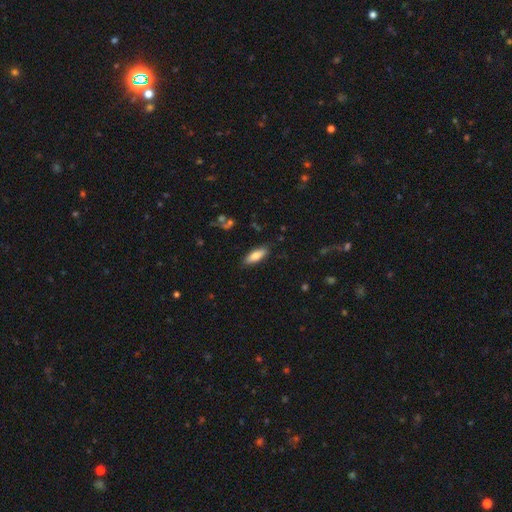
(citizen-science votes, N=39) Smooth or featured? smooth (69%)
How rounded? in between (63%)
Merging? none (89%)